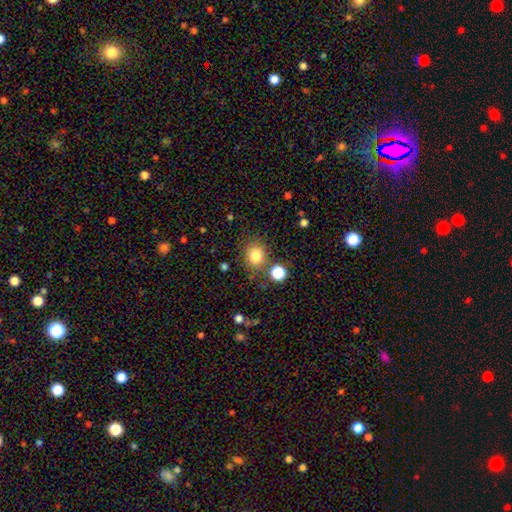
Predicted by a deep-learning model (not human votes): A smooth galaxy with no disk features (80%) that is round (76%).

Vote fractions:
- Smooth or featured? smooth: 80% / star or artifact: 13% / featured or disk: 7%
- How rounded? round: 76% / in between: 23% / cigar-shaped: 1%
- Merging? none: 78% / minor disturbance: 11% / merger: 7% / major disturbance: 4%